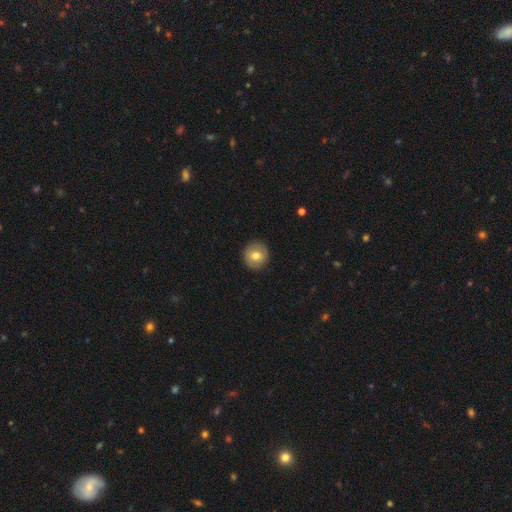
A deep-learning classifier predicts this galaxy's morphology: Smooth or featured? Predicted: smooth (p=0.69). How rounded? Predicted: round (p=0.92). Merging? Predicted: none (p=0.90).